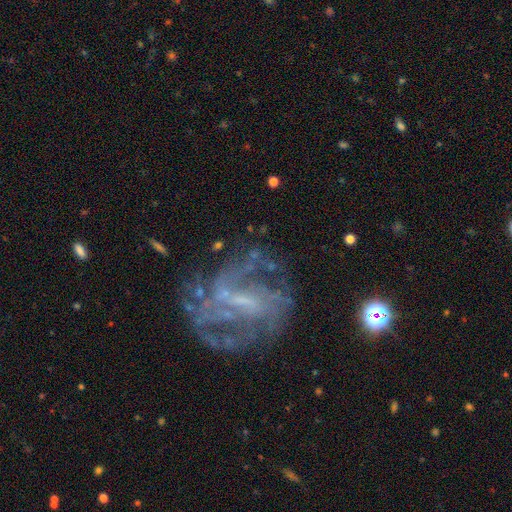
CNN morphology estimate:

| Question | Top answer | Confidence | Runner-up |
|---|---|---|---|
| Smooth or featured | featured or disk | 80% | star or artifact (11%) |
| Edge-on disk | no | 97% | yes (3%) |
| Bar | weak | 47% | strong (29%) |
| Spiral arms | yes | 81% | no (19%) |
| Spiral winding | medium | 43% | loose (31%) |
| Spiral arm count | can't tell | 35% | 2 (26%) |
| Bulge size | none | 40% | small (37%) |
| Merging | none | 54% | major disturbance (24%) |